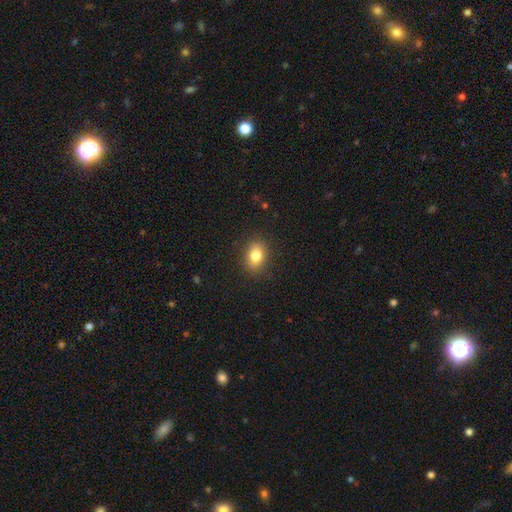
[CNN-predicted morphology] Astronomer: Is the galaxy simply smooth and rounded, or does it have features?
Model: smooth — 82%.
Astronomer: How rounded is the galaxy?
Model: in between — 71%.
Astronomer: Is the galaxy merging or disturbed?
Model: none — 87%.